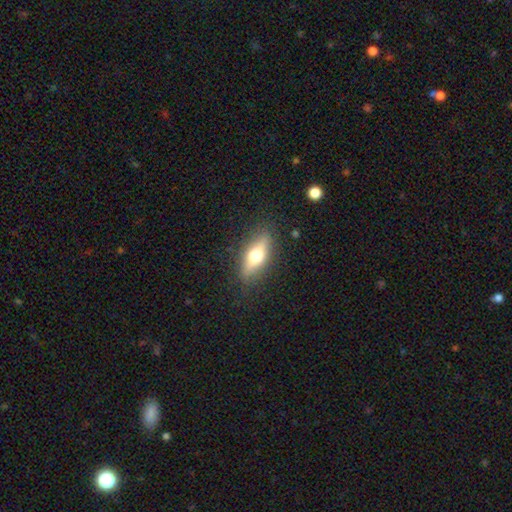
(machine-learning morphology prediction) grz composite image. It shows a smooth galaxy with no disk features (48%). Merging: none (86%).